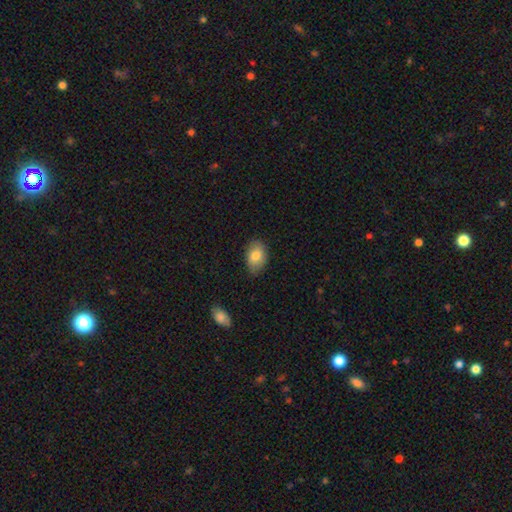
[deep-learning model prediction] The model was most divided on "merging": none: 77%, minor disturbance: 19%, major disturbance: 3%, merger: 1%. More confident: how rounded — in between (86%); smooth or featured — smooth (80%).